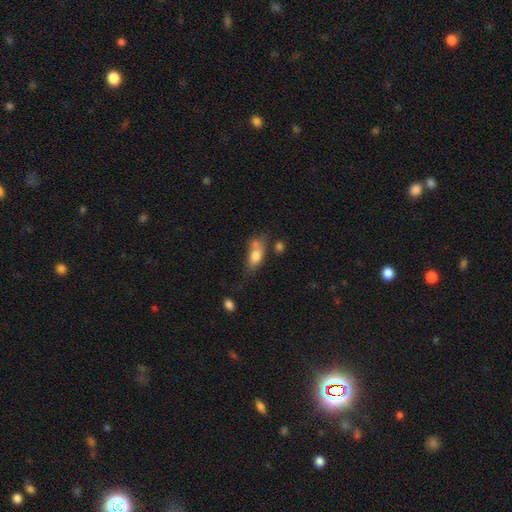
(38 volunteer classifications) Smooth or featured?
  - smooth: 63% *
  - featured or disk: 32%
  - star or artifact: 5%
How rounded?
  - in between: 67% *
  - round: 17%
  - cigar-shaped: 17%
Merging?
  - merger: 42% *
  - none: 22%
  - minor disturbance: 22%
  - major disturbance: 14%